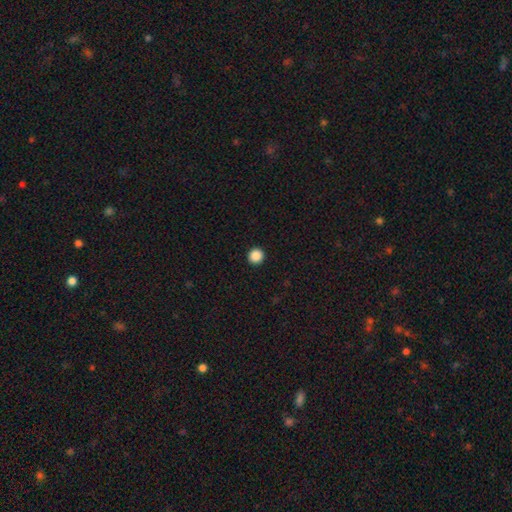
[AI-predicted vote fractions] smooth_or_featured: smooth (p=0.88) [alt: star or artifact p=0.09]
how_rounded: round (p=0.94) [alt: in between p=0.05]
merging: none (p=0.94) [alt: minor disturbance p=0.04]